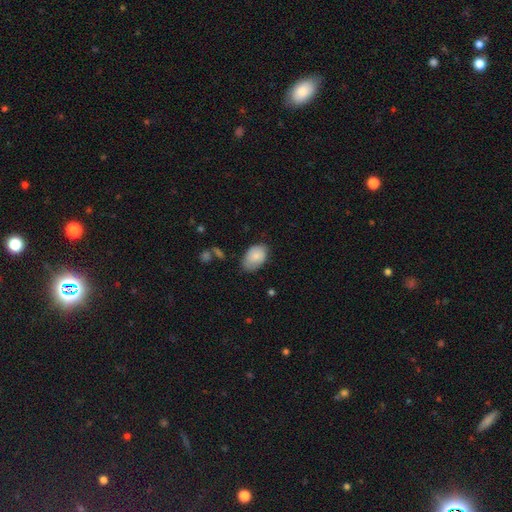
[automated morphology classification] Smooth or featured? Predicted: smooth (p=0.83). How rounded? Predicted: in between (p=0.90). Merging? Predicted: none (p=0.69).